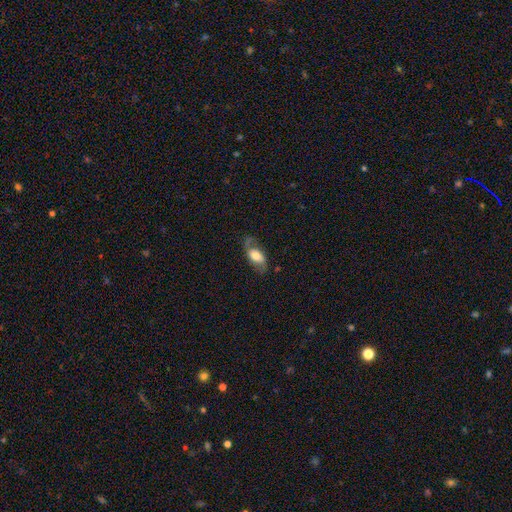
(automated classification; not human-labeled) Smooth or featured?
  - featured or disk: 49% *
  - smooth: 44%
  - star or artifact: 7%
Merging?
  - none: 62% *
  - minor disturbance: 22%
  - major disturbance: 15%
  - merger: 2%